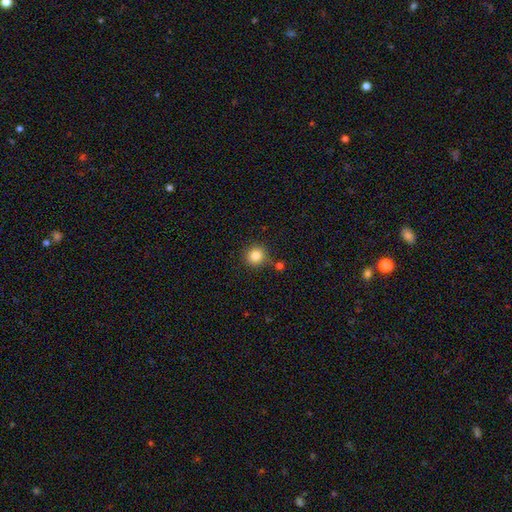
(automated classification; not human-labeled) A smooth galaxy with no disk features (84%) that is round (93%).

Vote fractions:
- Smooth or featured? smooth: 84% / star or artifact: 11% / featured or disk: 5%
- How rounded? round: 93% / in between: 6% / cigar-shaped: 1%
- Merging? none: 81% / minor disturbance: 9% / merger: 7% / major disturbance: 3%